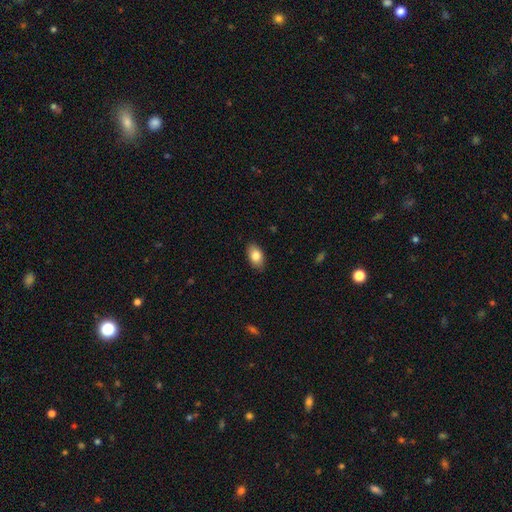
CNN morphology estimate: type=smooth (84%); roundness=in between (90%); merging=none (86%).